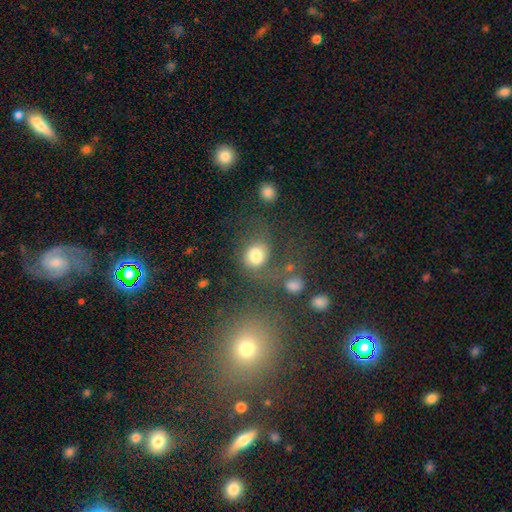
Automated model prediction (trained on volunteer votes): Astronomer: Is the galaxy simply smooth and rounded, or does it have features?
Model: smooth — 70%.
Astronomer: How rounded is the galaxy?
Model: round — 67%.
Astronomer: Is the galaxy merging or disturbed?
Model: none — 43% (runner-up: major disturbance, 23%).